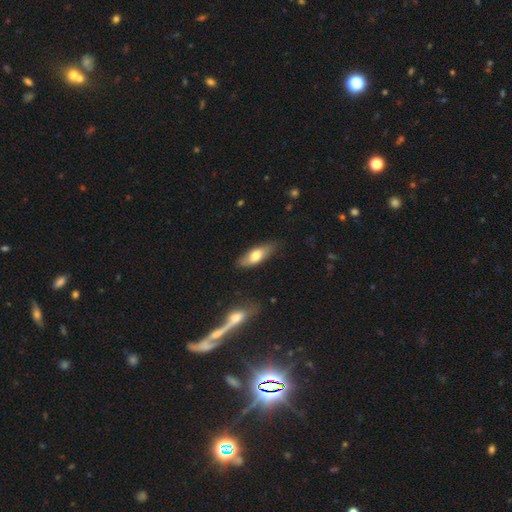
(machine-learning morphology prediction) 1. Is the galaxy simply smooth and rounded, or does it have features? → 68% smooth, 26% featured or disk, 6% star or artifact.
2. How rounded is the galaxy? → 68% in between, 30% cigar-shaped, 3% round.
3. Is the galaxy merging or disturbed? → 79% none, 16% minor disturbance, 3% major disturbance, 2% merger.